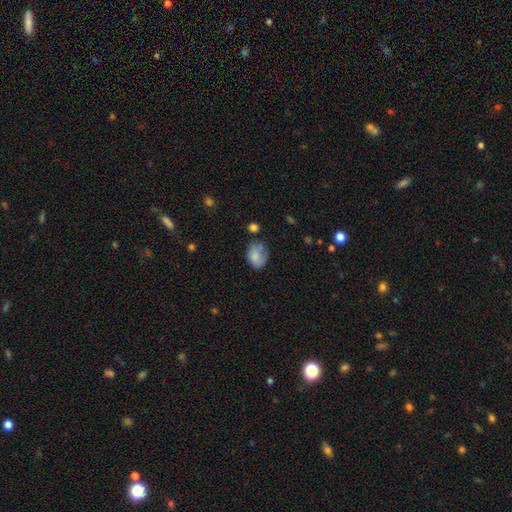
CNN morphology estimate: This appears to be a smooth galaxy with no disk features (72%) that is in between round and cigar-shaped (65%). Merging: none (46%).